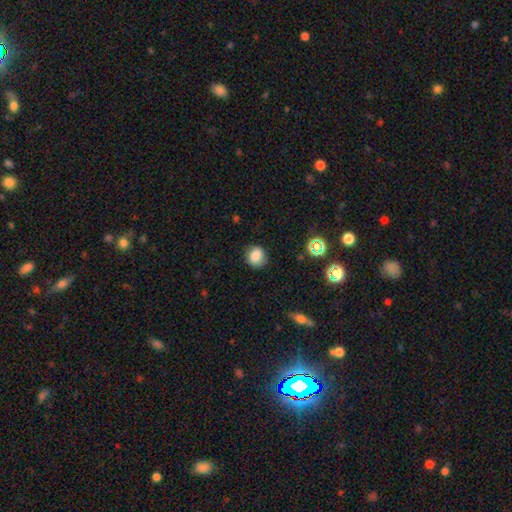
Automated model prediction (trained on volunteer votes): Overall: smooth (81%). How rounded: round (75%). Merging: none (83%).